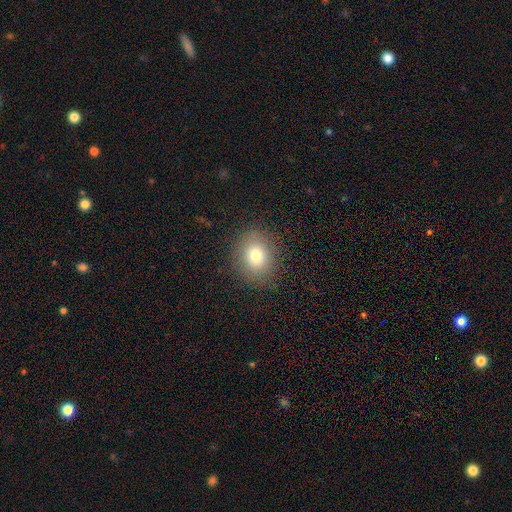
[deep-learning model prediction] smooth_or_featured: smooth (p=0.78) [alt: star or artifact p=0.12]
how_rounded: round (p=0.68) [alt: in between p=0.32]
merging: none (p=0.87) [alt: minor disturbance p=0.09]